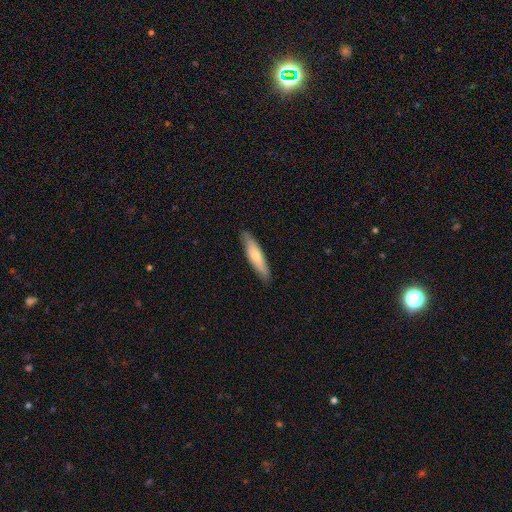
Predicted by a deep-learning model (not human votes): This is likely a smooth galaxy (61%). How rounded: likely cigar-shaped (75%). Merging: clearly none (84%).